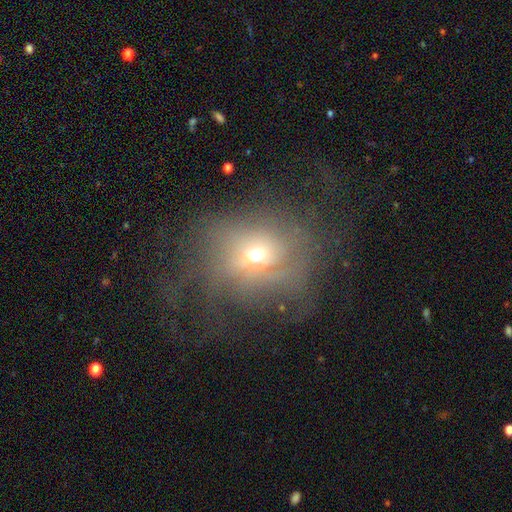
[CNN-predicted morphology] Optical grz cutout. It shows a smooth galaxy with no disk features (47%). Merging: none (47%).